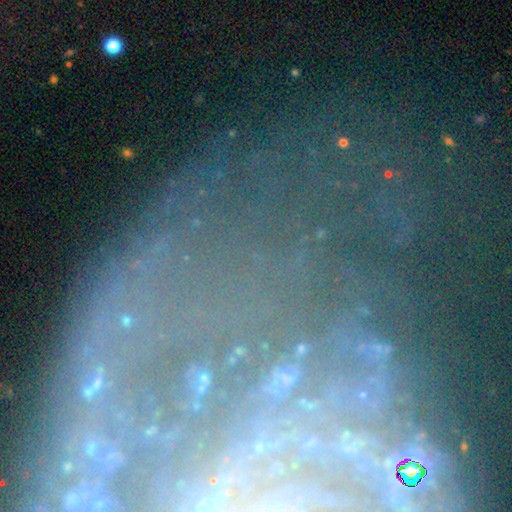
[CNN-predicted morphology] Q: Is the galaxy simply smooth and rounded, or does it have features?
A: featured or disk — 51%.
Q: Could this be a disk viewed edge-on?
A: no — 89%.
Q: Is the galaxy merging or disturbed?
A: none — 62%.